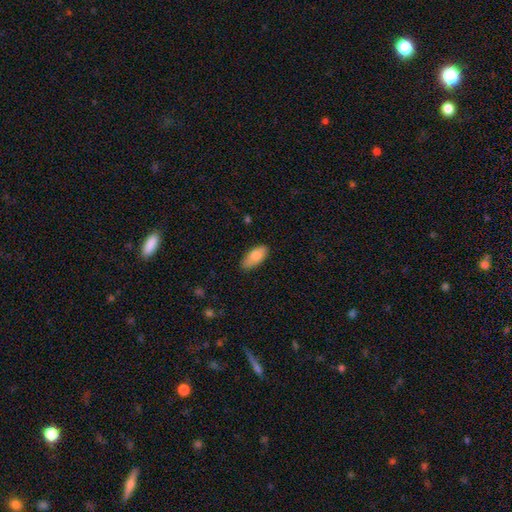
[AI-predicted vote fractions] Smooth or featured: smooth — 82% (featured or disk — 12%)
How rounded: in between — 88% (cigar-shaped — 10%)
Merging: none — 83% (minor disturbance — 13%)